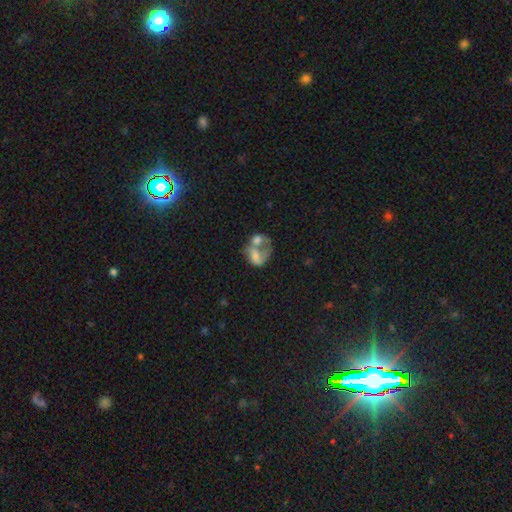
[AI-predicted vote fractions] This is possibly a smooth galaxy (50%). Merging: likely merger (63%).